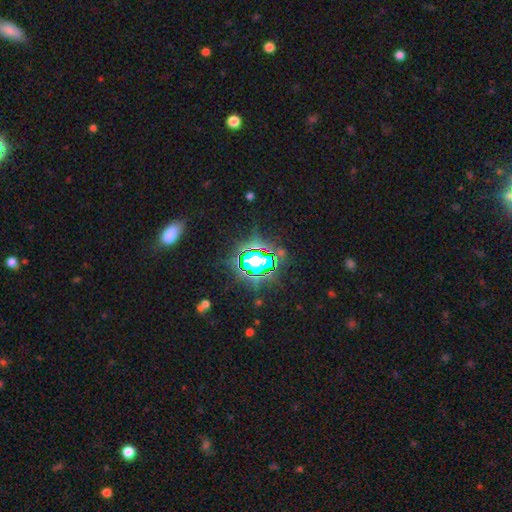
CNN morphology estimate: This is likely a star or artifact rather than a galaxy (75%).